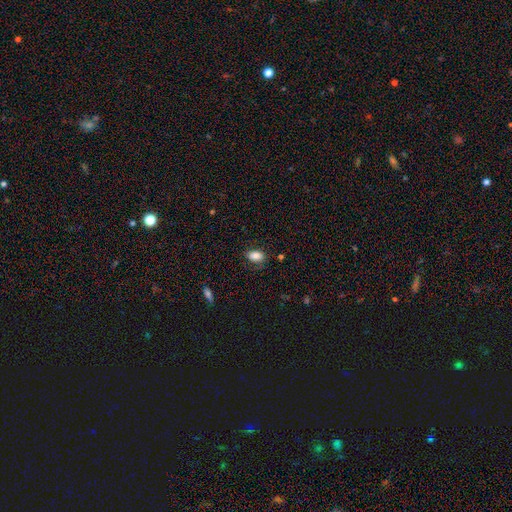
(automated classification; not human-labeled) Smooth or featured? smooth (85%)
How rounded? in between (88%)
Merging? none (76%)